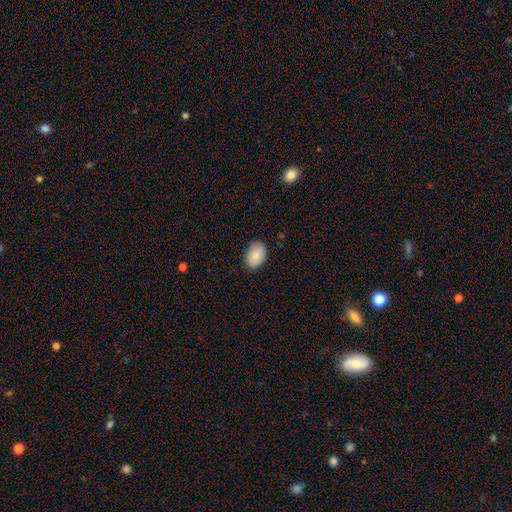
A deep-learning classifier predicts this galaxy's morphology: A smooth galaxy with no disk features (88%) that is in between round and cigar-shaped (87%).

Vote fractions:
- Smooth or featured? smooth: 88% / star or artifact: 7% / featured or disk: 5%
- How rounded? in between: 87% / round: 12% / cigar-shaped: 1%
- Merging? none: 81% / minor disturbance: 16% / major disturbance: 3% / merger: 1%